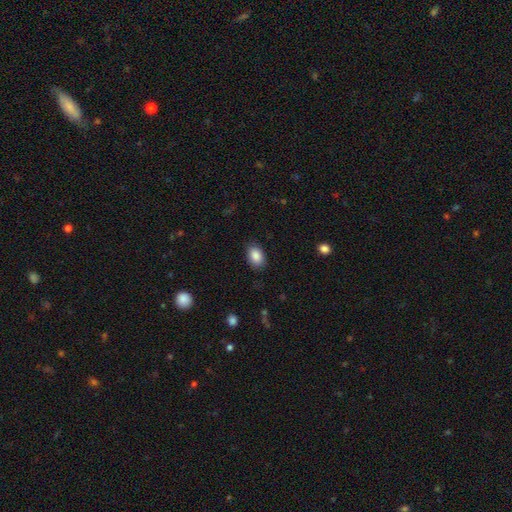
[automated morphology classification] Smooth or featured? Predicted: smooth (p=0.88). How rounded? Predicted: in between (p=0.88). Merging? Predicted: none (p=0.85).